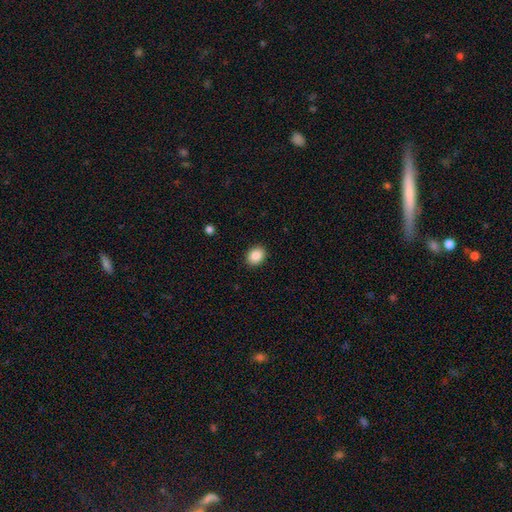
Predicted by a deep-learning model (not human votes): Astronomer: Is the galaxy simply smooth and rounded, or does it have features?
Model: smooth — 87%.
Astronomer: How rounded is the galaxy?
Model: in between — 52% (runner-up: round, 47%).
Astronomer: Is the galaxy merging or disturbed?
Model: none — 90%.